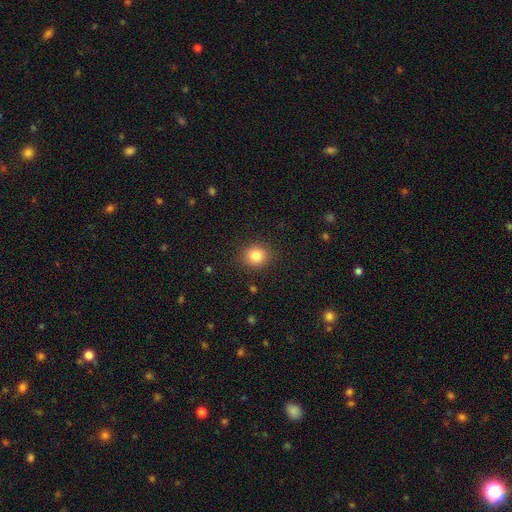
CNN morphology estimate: type=smooth (83%); roundness=round (84%); merging=none (90%).